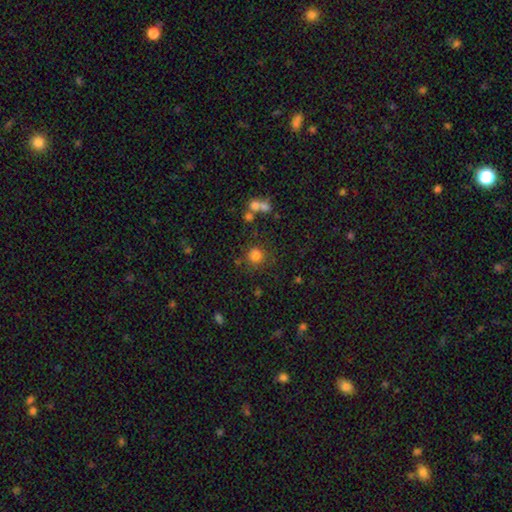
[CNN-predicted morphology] Smooth or featured?
  - smooth: 78% *
  - star or artifact: 15%
  - featured or disk: 7%
How rounded?
  - round: 86% *
  - in between: 13%
  - cigar-shaped: 1%
Merging?
  - none: 72% *
  - minor disturbance: 13%
  - merger: 9%
  - major disturbance: 6%